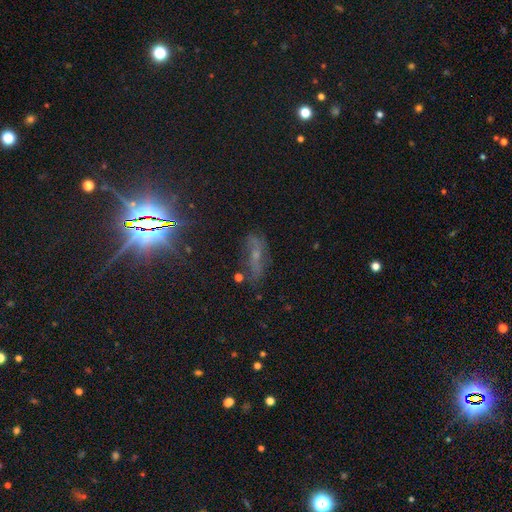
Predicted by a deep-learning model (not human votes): A star or artifact, not a galaxy (37%).